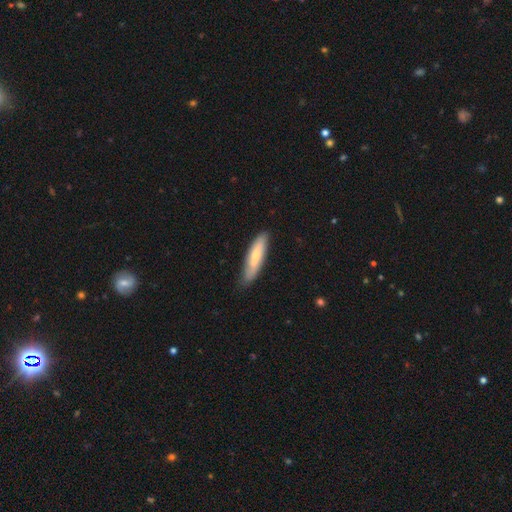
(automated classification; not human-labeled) Smooth or featured: smooth — 68% (featured or disk — 27%)
How rounded: cigar-shaped — 73% (in between — 26%)
Merging: none — 77% (minor disturbance — 18%)